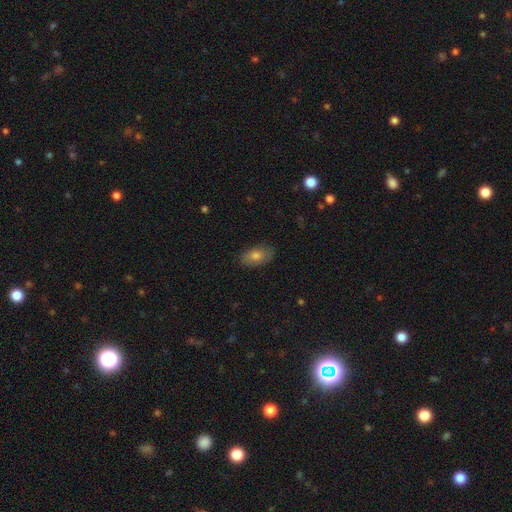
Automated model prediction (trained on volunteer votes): Smooth or featured?
  - smooth: 74% *
  - featured or disk: 17%
  - star or artifact: 9%
How rounded?
  - in between: 91% *
  - round: 6%
  - cigar-shaped: 3%
Merging?
  - none: 84% *
  - minor disturbance: 12%
  - major disturbance: 2%
  - merger: 1%